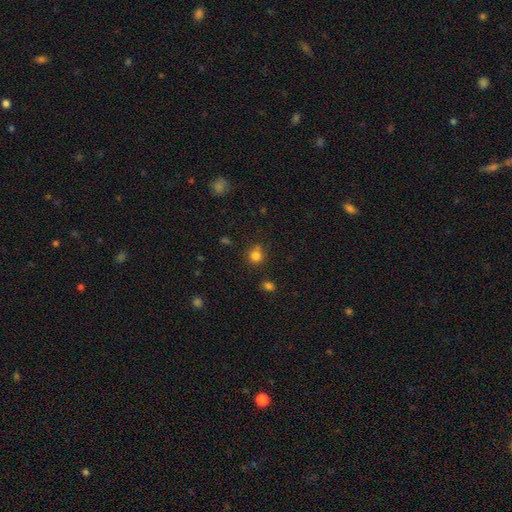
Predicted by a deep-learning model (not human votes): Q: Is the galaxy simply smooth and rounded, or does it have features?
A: smooth — 81%.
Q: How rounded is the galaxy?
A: round — 80%.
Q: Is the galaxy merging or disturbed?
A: none — 69%.